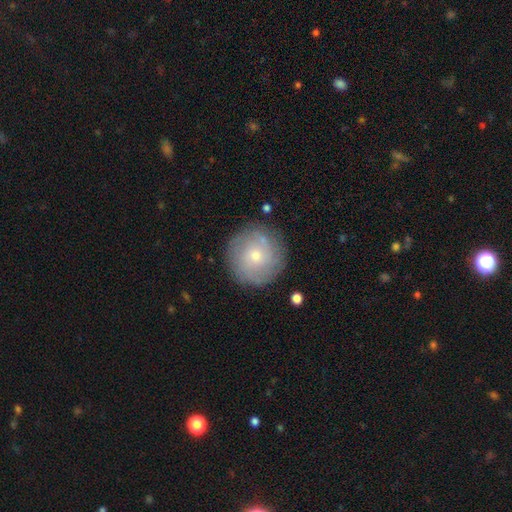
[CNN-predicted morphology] A smooth galaxy with no disk features (54%) that is round (95%).

Vote fractions:
- Smooth or featured? smooth: 54% / featured or disk: 37% / star or artifact: 9%
- How rounded? round: 95% / in between: 4% / cigar-shaped: 1%
- Merging? none: 84% / minor disturbance: 11% / major disturbance: 4% / merger: 2%